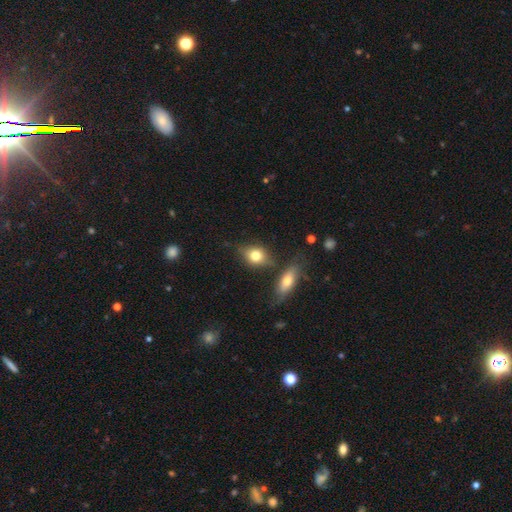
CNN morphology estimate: This appears to be a smooth galaxy with no disk features (75%) that is in between round and cigar-shaped (61%). Merging: none (64%).